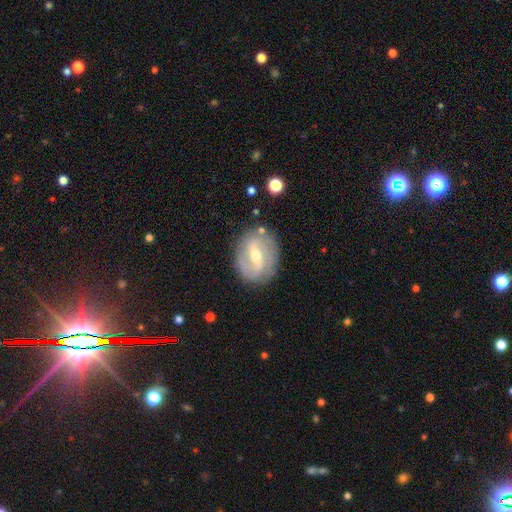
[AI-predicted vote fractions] A featured or disk galaxy (81%) with a weak bar (46%), 2 (76%) medium (43%) spiral arms (88%) and a moderate central bulge (63%). Merging: none (79%).